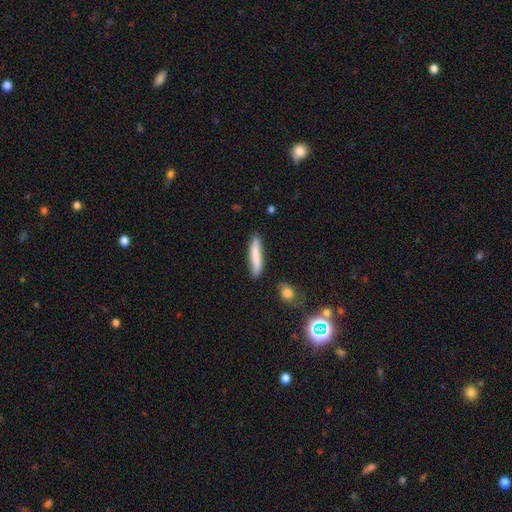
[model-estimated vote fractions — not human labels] Smooth or featured? smooth (79%)
How rounded? cigar-shaped (89%)
Merging? none (82%)